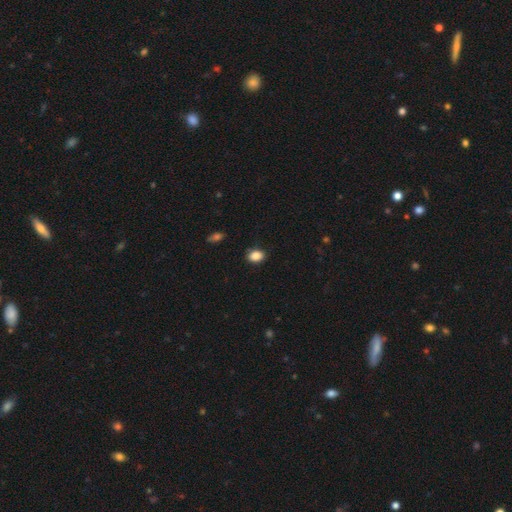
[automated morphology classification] Smooth or featured: smooth — 87% (star or artifact — 9%)
How rounded: in between — 71% (round — 28%)
Merging: none — 86% (minor disturbance — 10%)